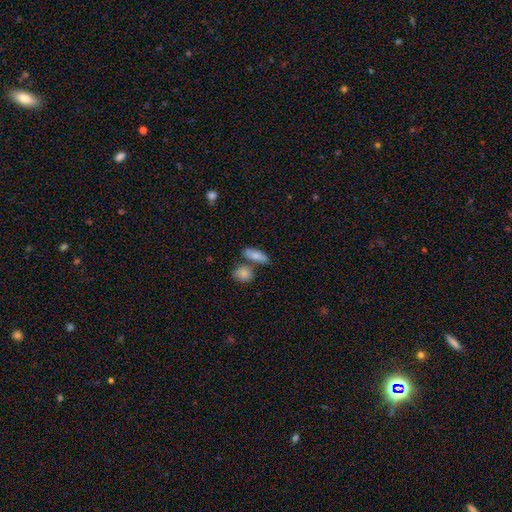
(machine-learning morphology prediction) smooth_or_featured: smooth (p=0.79) [alt: featured or disk p=0.14]
how_rounded: in between (p=0.63) [alt: cigar-shaped p=0.28]
merging: none (p=0.60) [alt: merger p=0.24]